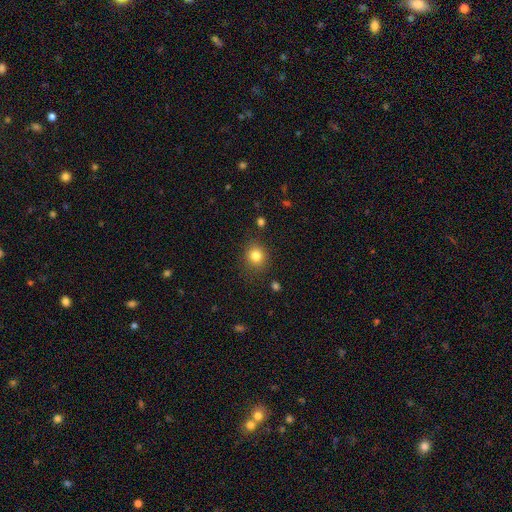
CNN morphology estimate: Smooth or featured: smooth — 83% (star or artifact — 12%)
How rounded: round — 82% (in between — 17%)
Merging: none — 85% (minor disturbance — 10%)